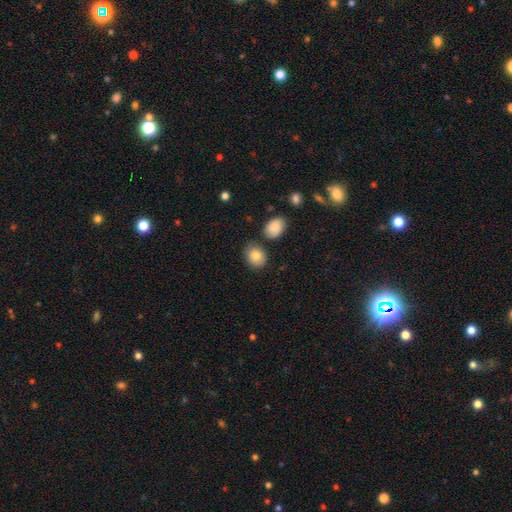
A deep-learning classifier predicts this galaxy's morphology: This appears to be a smooth galaxy with no disk features (85%) that is in between round and cigar-shaped (54%). Merging: none (73%).